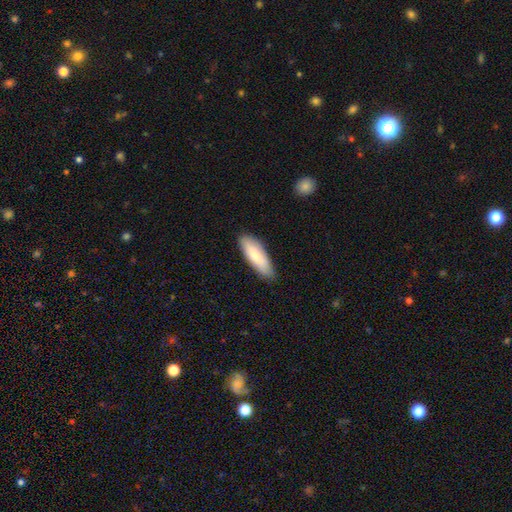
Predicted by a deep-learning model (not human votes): A smooth galaxy with no disk features (76%) that is in between round and cigar-shaped (59%).

Vote fractions:
- Smooth or featured? smooth: 76% / featured or disk: 19% / star or artifact: 5%
- How rounded? in between: 59% / cigar-shaped: 40% / round: 2%
- Merging? none: 85% / minor disturbance: 12% / major disturbance: 2% / merger: 1%